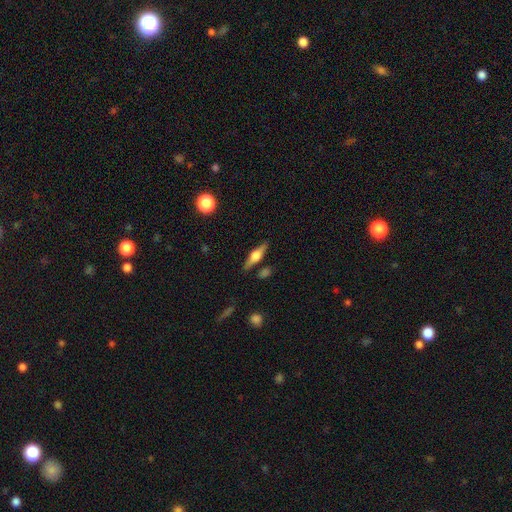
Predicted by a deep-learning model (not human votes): smooth-or-featured: featured or disk: 63% | smooth: 30% | star or artifact: 7%
  disk-edge-on: yes: 96% | no: 4%
    edge-on-bulge: rounded: 89% | boxy: 9% | none: 2%
  merging: none: 85% | minor disturbance: 10% | merger: 3% | major disturbance: 2%